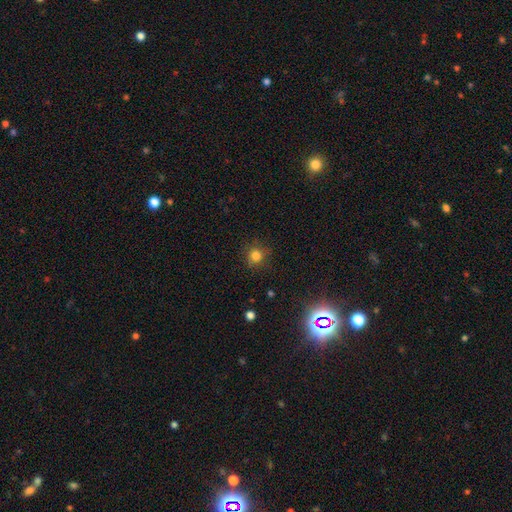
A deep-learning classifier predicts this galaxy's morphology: A smooth galaxy with no disk features (79%) that is round (89%).

Vote fractions:
- Smooth or featured? smooth: 79% / star or artifact: 15% / featured or disk: 5%
- How rounded? round: 89% / in between: 10% / cigar-shaped: 1%
- Merging? none: 82% / minor disturbance: 12% / major disturbance: 4% / merger: 1%